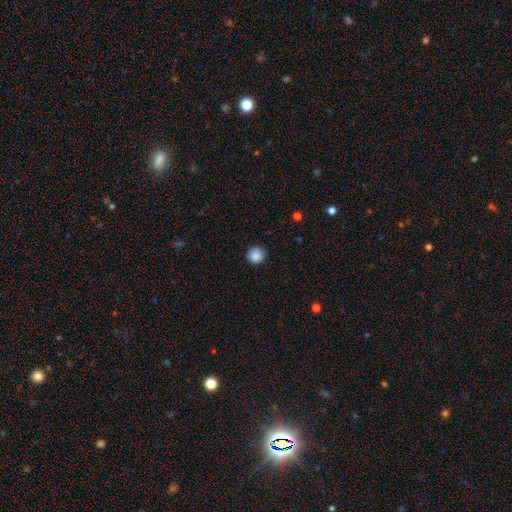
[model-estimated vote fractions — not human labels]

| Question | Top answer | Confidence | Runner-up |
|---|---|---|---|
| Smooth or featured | smooth | 87% | star or artifact (9%) |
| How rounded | round | 95% | in between (4%) |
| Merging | none | 88% | minor disturbance (9%) |